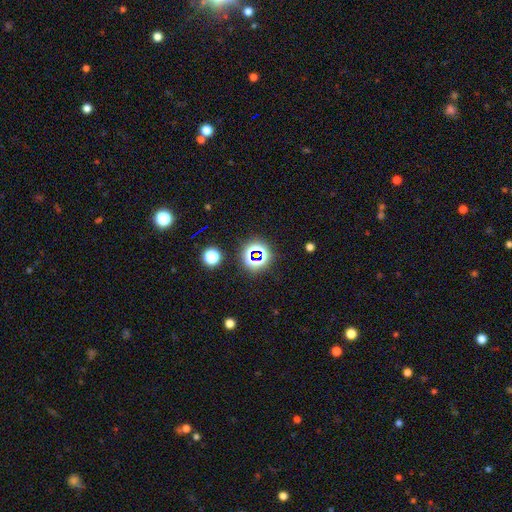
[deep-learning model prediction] Smooth or featured? star or artifact (68%)